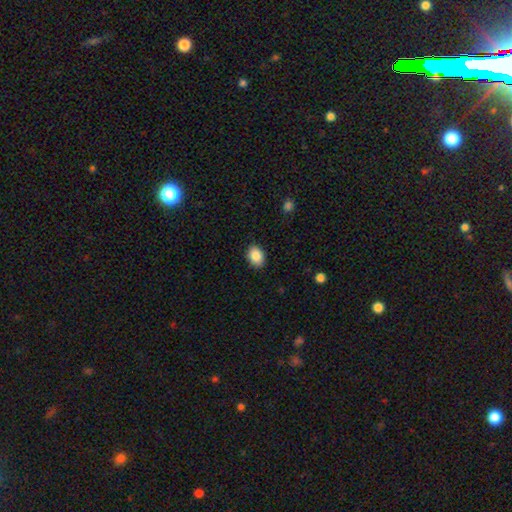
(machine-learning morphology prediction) smooth_or_featured: smooth (p=0.87) [alt: star or artifact p=0.08]
how_rounded: in between (p=0.77) [alt: round p=0.22]
merging: none (p=0.88) [alt: minor disturbance p=0.09]